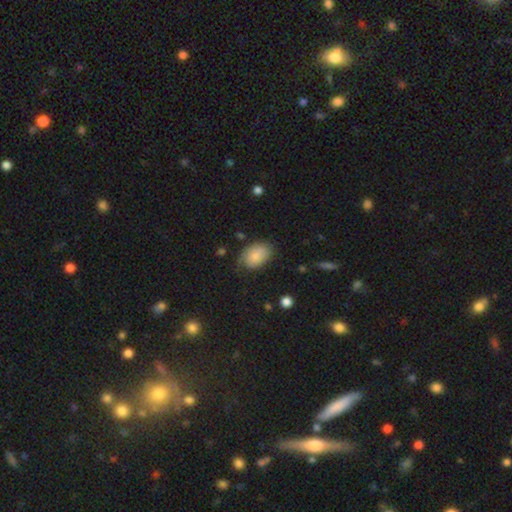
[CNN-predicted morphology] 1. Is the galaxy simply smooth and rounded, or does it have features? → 79% smooth, 14% featured or disk, 7% star or artifact.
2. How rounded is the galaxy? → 88% in between, 11% round, 1% cigar-shaped.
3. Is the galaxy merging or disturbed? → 63% none, 27% minor disturbance, 8% major disturbance, 2% merger.